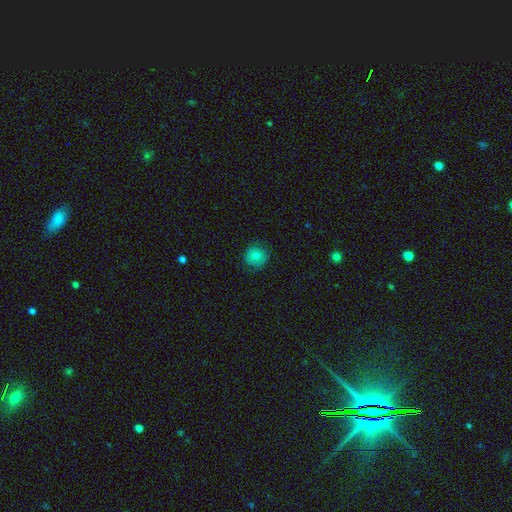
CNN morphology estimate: This appears to be a smooth galaxy with no disk features (77%) that is round (90%). Merging: none (82%).